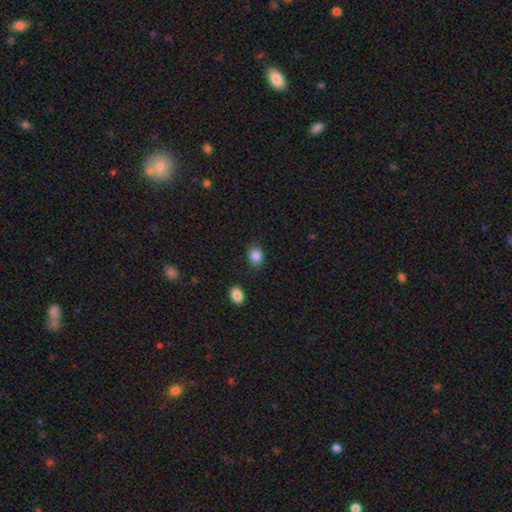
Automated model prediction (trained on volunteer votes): This is clearly a smooth galaxy (87%). How rounded: possibly round (52%). Merging: clearly none (83%).